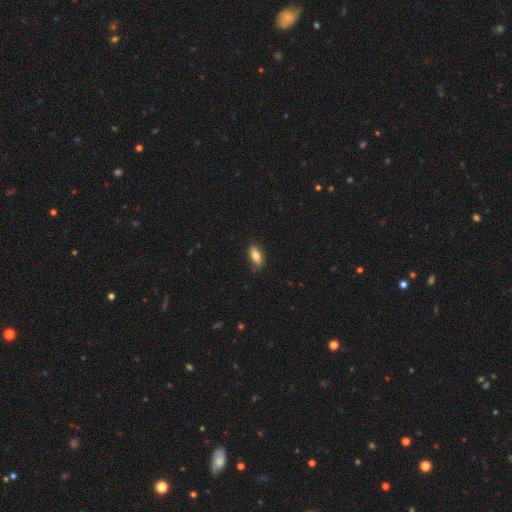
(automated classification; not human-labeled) Smooth or featured? smooth (77%)
How rounded? in between (83%)
Merging? none (80%)